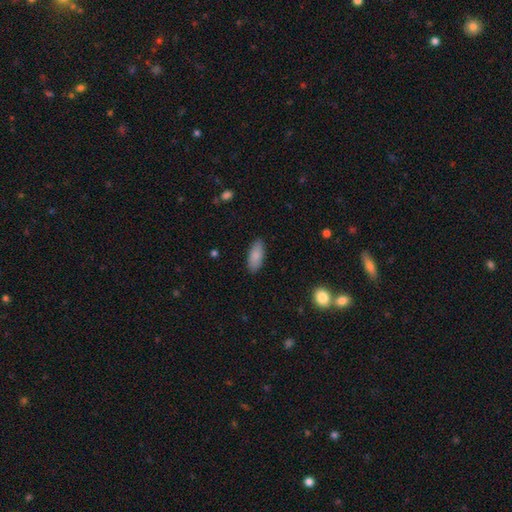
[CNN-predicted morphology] A smooth galaxy with no disk features (85%) that is in between round and cigar-shaped (84%). Merging: none (88%).